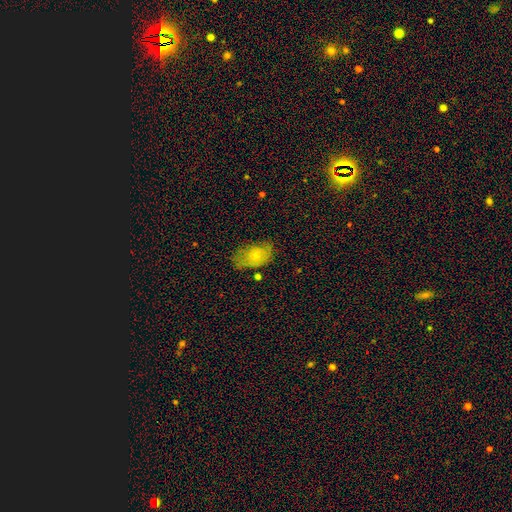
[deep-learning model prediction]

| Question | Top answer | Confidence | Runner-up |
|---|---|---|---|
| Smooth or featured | smooth | 69% | featured or disk (23%) |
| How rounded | in between | 89% | round (9%) |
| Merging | none | 55% | minor disturbance (30%) |